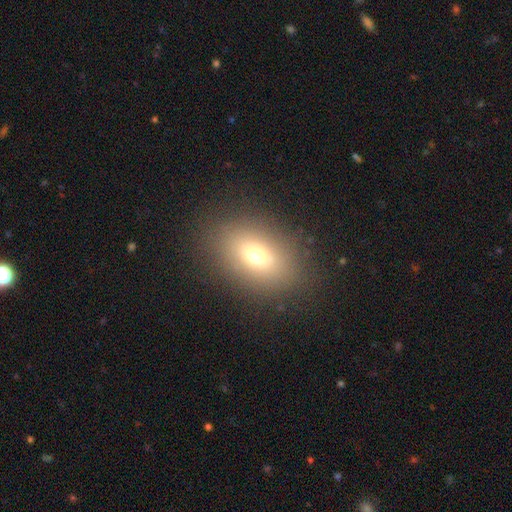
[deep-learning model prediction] A smooth galaxy with no disk features (69%) that is in between round and cigar-shaped (77%).

Vote fractions:
- Smooth or featured? smooth: 69% / featured or disk: 17% / star or artifact: 14%
- How rounded? in between: 77% / round: 21% / cigar-shaped: 2%
- Merging? none: 84% / minor disturbance: 10% / major disturbance: 5% / merger: 1%